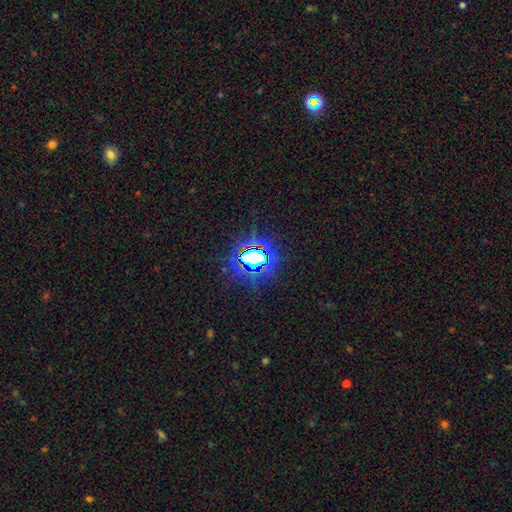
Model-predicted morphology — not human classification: star or artifact 73%, smooth 17%, featured or disk 10%.